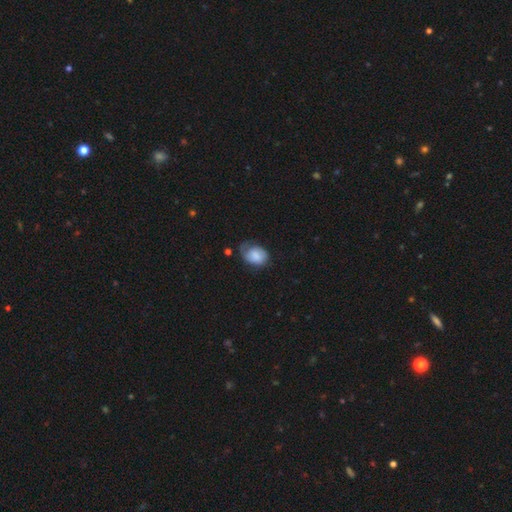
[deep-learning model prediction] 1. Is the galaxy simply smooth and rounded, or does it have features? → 72% smooth, 21% featured or disk, 7% star or artifact.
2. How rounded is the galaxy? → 70% in between, 29% round, 1% cigar-shaped.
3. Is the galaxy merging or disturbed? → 38% none (tied), 38% minor disturbance (tied), 22% major disturbance, 3% merger.